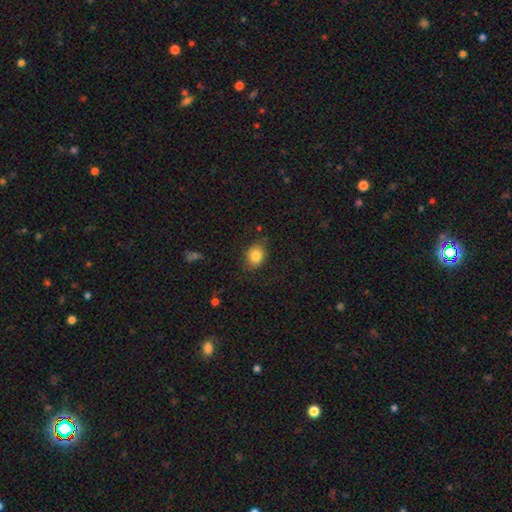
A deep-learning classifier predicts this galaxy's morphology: Smooth or featured? Predicted: smooth (p=0.83). How rounded? Predicted: in between (p=0.52). Merging? Predicted: none (p=0.73).